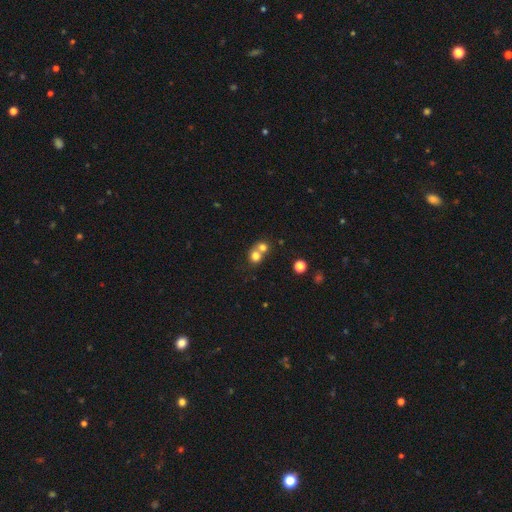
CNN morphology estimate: This is likely a smooth galaxy (75%). How rounded: likely round (80%). Merging: possibly merger (57%).